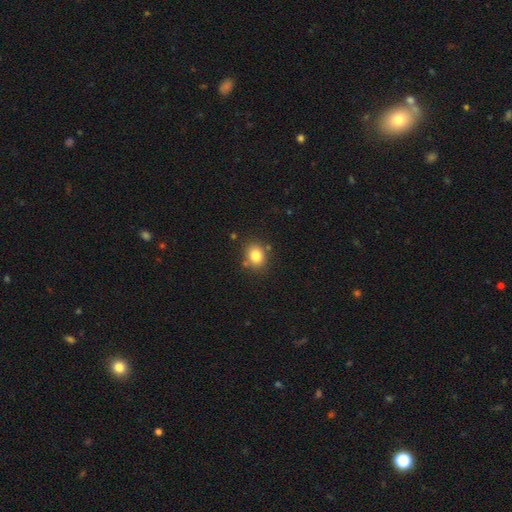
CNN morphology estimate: smooth_or_featured: smooth (p=0.82) [alt: star or artifact p=0.11]
how_rounded: round (p=0.58) [alt: in between p=0.41]
merging: none (p=0.79) [alt: minor disturbance p=0.12]